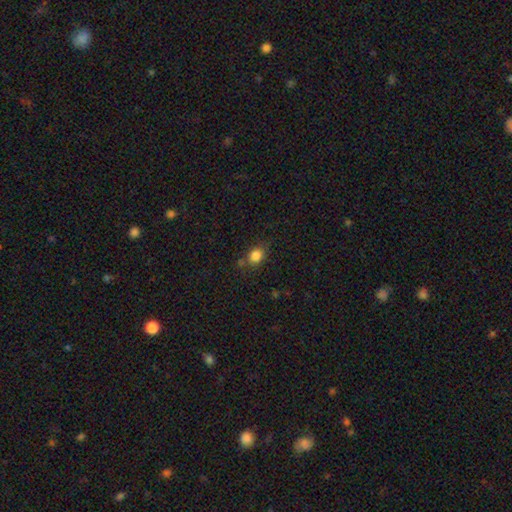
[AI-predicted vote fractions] A smooth galaxy with no disk features (83%) that is round (57%).

Vote fractions:
- Smooth or featured? smooth: 83% / star or artifact: 12% / featured or disk: 6%
- How rounded? round: 57% / in between: 42% / cigar-shaped: 1%
- Merging? none: 68% / minor disturbance: 19% / merger: 7% / major disturbance: 5%